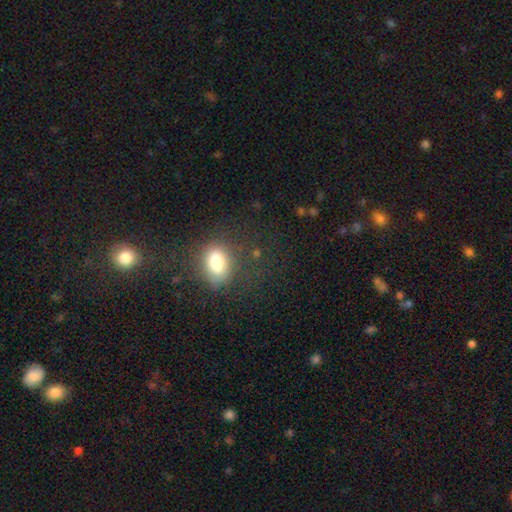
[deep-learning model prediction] Morphology: type=smooth (67%); roundness=in between (67%); merging=none (72%).